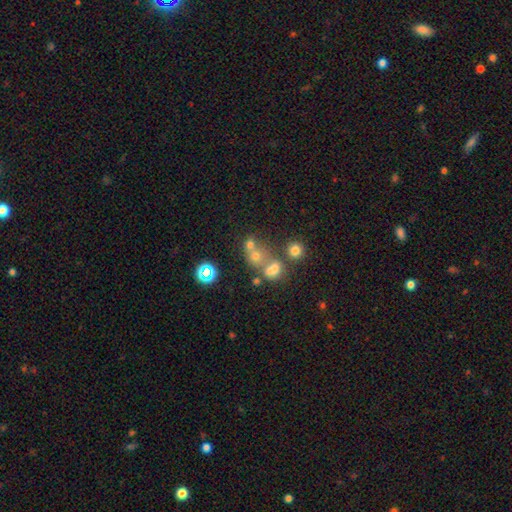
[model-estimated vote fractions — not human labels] smooth 59%, star or artifact 25%, featured or disk 16%. Down the decision tree: how rounded — round (66%); merging — merger (44%).